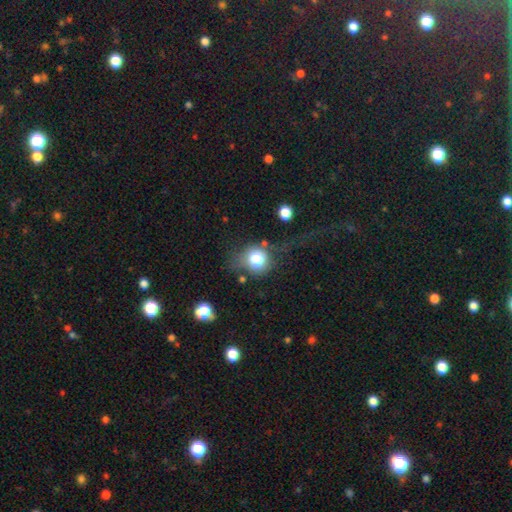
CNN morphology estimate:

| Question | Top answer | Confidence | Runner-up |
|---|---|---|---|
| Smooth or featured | smooth | 71% | featured or disk (16%) |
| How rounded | round | 79% | in between (19%) |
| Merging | none | 49% | major disturbance (25%) |